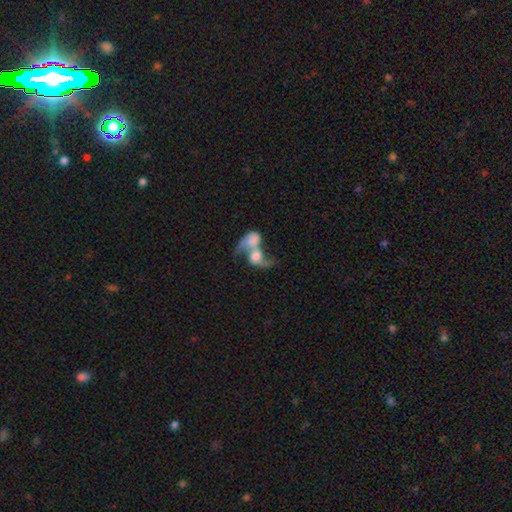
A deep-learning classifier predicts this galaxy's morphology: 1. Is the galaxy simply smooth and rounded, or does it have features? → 53% featured or disk, 38% smooth, 9% star or artifact.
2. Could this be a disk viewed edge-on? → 96% no, 4% yes.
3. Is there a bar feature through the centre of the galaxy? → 73% no, 20% weak, 7% strong.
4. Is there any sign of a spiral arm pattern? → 64% yes, 36% no.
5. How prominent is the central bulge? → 30% large, 24% none, 23% moderate, 13% small, 11% dominant.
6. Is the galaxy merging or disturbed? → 78% merger, 10% major disturbance, 8% none, 4% minor disturbance.